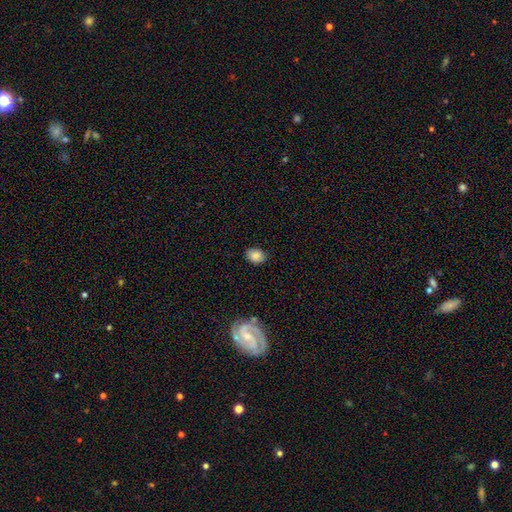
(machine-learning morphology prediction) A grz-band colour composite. It shows a smooth galaxy with no disk features (83%) that is in between round and cigar-shaped (65%). Merging: none (85%).